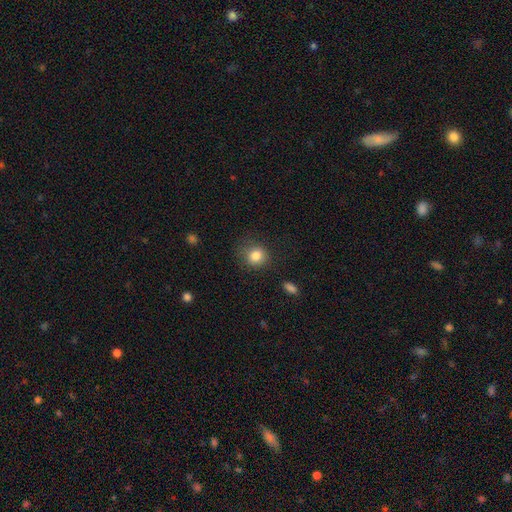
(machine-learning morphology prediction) Smooth or featured? Predicted: smooth (p=0.83). How rounded? Predicted: round (p=0.84). Merging? Predicted: none (p=0.81).